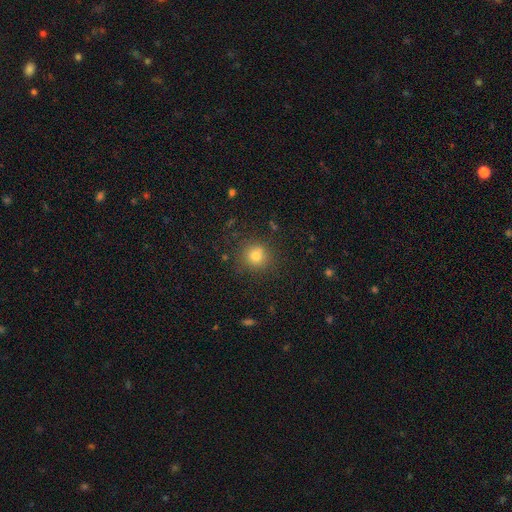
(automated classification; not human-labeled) Q: Smooth or featured?
A: smooth (77%); runner-up: star or artifact (15%)
Q: How rounded?
A: round (92%); runner-up: in between (7%)
Q: Merging?
A: none (85%); runner-up: minor disturbance (9%)